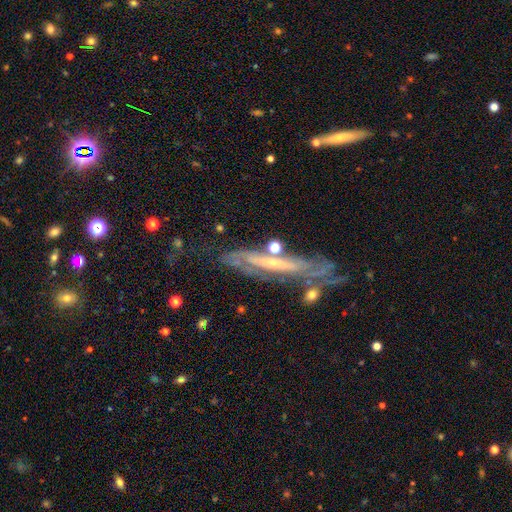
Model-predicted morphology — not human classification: This appears to be a featured or disk galaxy (77%) viewed edge-on (52%). Merging: none (57%).